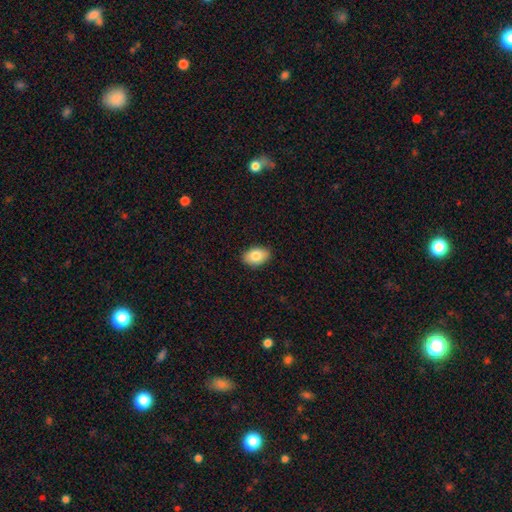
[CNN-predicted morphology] Smooth or featured?
  - smooth: 83% *
  - featured or disk: 10%
  - star or artifact: 7%
How rounded?
  - in between: 88% *
  - round: 11%
  - cigar-shaped: 1%
Merging?
  - none: 89% *
  - minor disturbance: 8%
  - major disturbance: 2%
  - merger: 1%